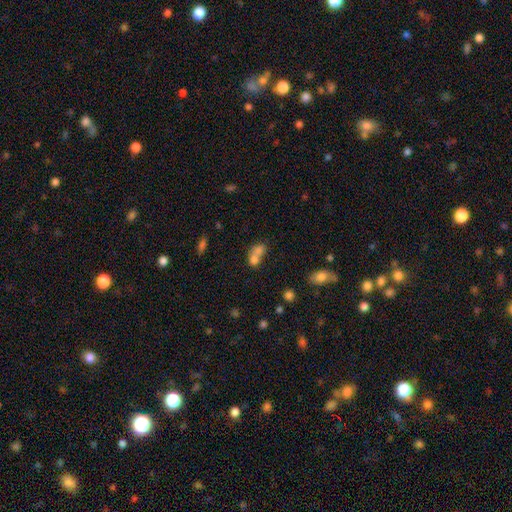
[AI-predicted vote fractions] The model was most divided on "how rounded": in between: 60%, round: 38%, cigar-shaped: 3%. More confident: smooth or featured — smooth (73%); merging — merger (70%).